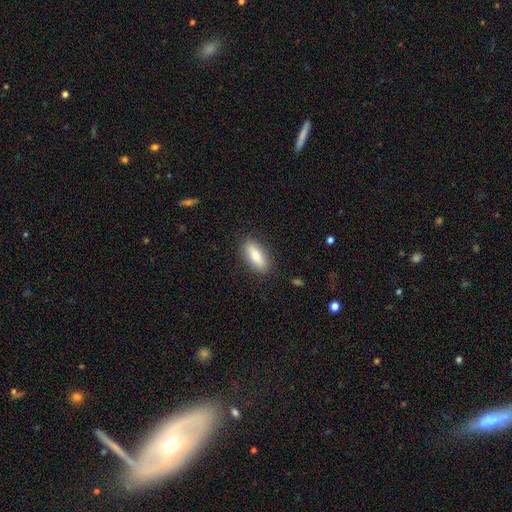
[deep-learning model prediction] Morphology: type=smooth (75%); roundness=in between (74%); merging=none (87%).